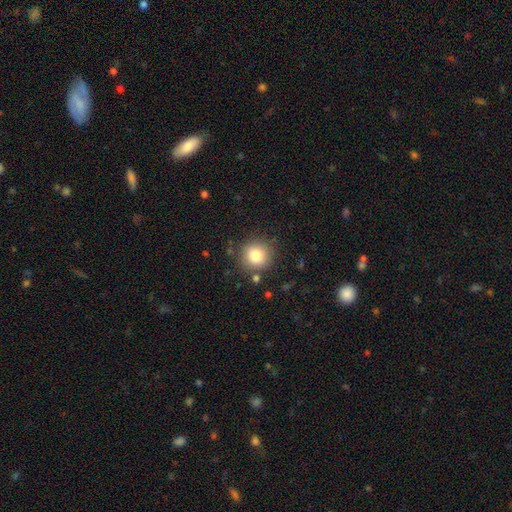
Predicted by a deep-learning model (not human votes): This appears to be a smooth galaxy with no disk features (81%) that is round (91%). Merging: none (85%).